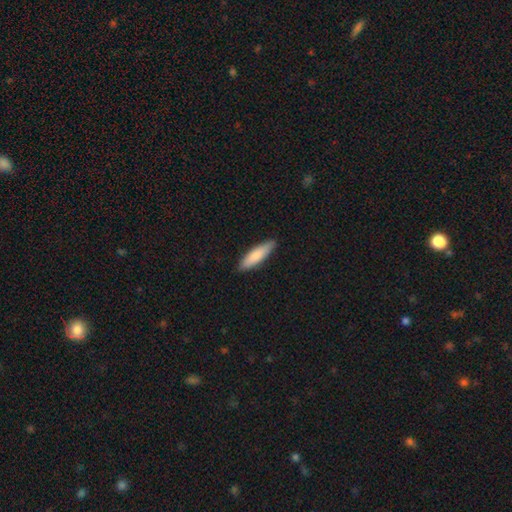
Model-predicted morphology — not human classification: Smooth or featured? Predicted: smooth (p=0.81). How rounded? Predicted: cigar-shaped (p=0.64). Merging? Predicted: none (p=0.86).